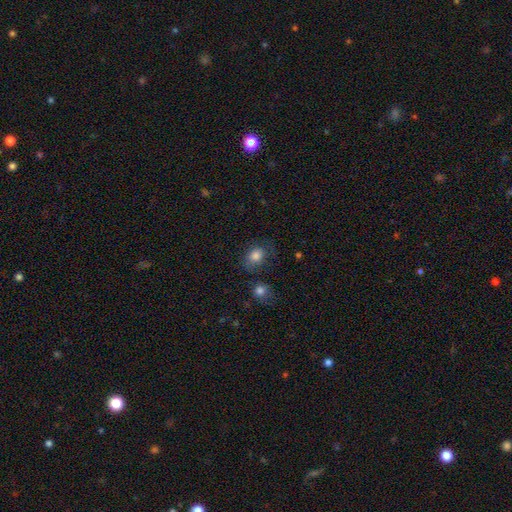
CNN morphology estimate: A smooth galaxy with no disk features (83%) that is in between round and cigar-shaped (56%). Merging: none (62%).